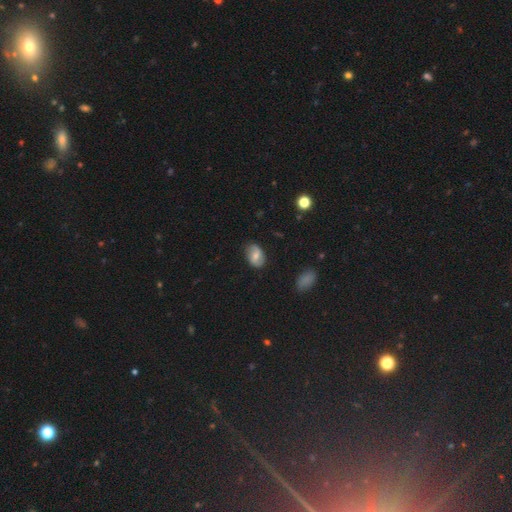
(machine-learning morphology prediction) type=smooth (57%); roundness=in between (86%); merging=none (79%).